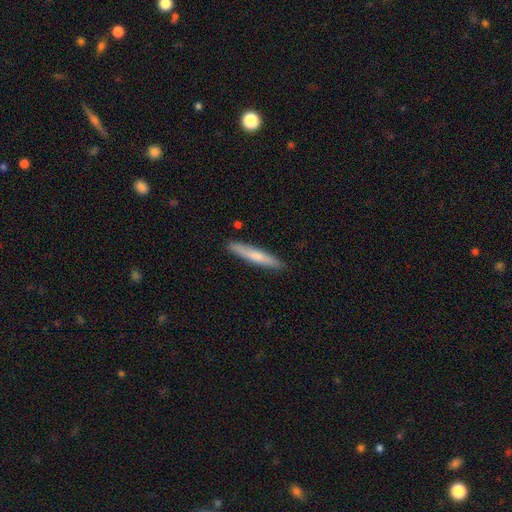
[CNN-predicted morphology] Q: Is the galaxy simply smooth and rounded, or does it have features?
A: smooth — 68%.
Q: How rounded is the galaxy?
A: cigar-shaped — 93%.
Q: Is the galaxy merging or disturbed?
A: none — 89%.